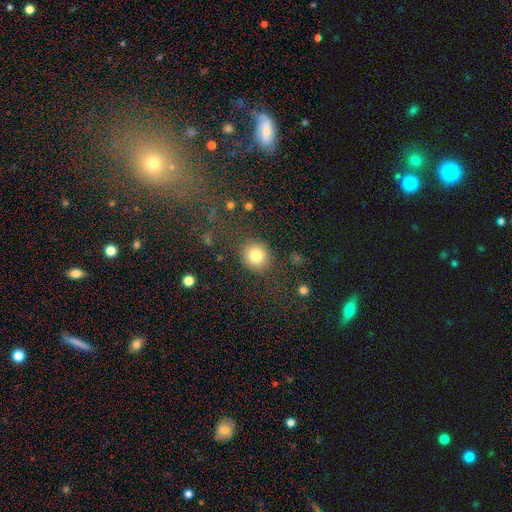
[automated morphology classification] smooth 83%, star or artifact 10%, featured or disk 7%. Down the decision tree: how rounded — round (85%); merging — none (83%).